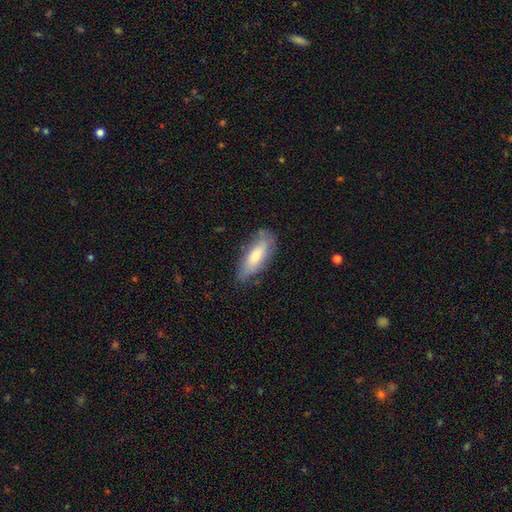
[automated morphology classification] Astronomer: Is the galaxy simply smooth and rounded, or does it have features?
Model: smooth — 68%.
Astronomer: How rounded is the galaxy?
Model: in between — 63%.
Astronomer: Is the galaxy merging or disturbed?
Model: none — 69%.